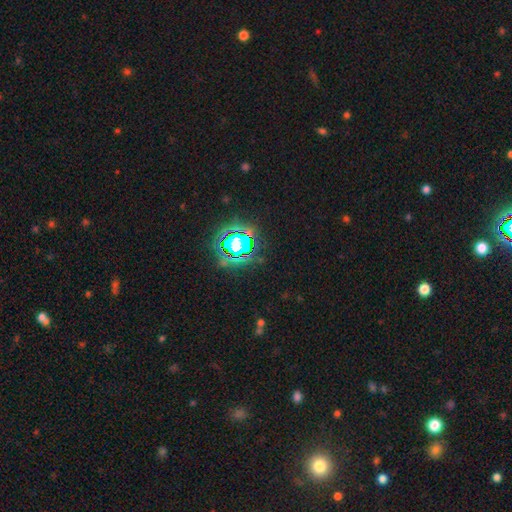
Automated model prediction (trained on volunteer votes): Smooth or featured? star or artifact (81%)